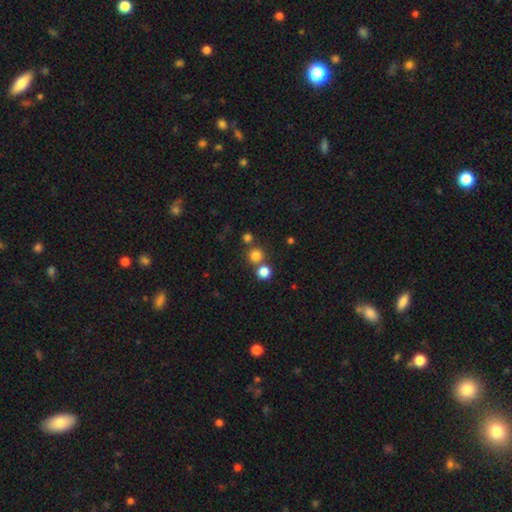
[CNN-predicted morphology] This appears to be a smooth galaxy with no disk features (78%) that is round (93%). Merging: none (70%).